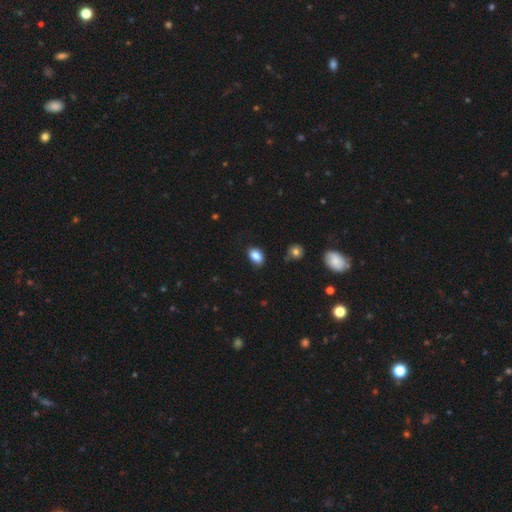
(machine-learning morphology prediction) Smooth or featured?
  - smooth: 86% *
  - star or artifact: 9%
  - featured or disk: 5%
How rounded?
  - in between: 84% *
  - round: 14%
  - cigar-shaped: 1%
Merging?
  - none: 79% *
  - minor disturbance: 16%
  - major disturbance: 3%
  - merger: 2%